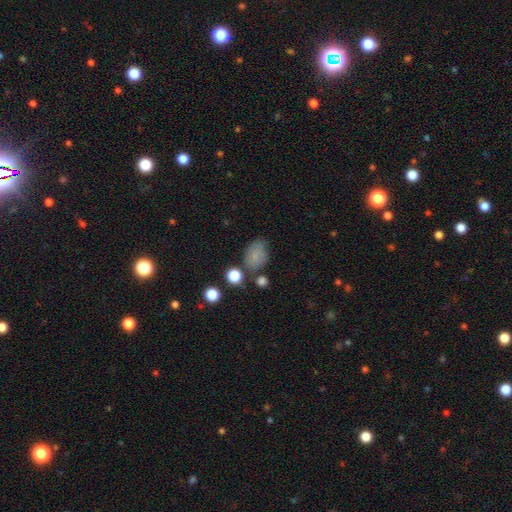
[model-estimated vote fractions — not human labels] A smooth galaxy with no disk features (75%) that is in between round and cigar-shaped (71%). Merging: none (60%).